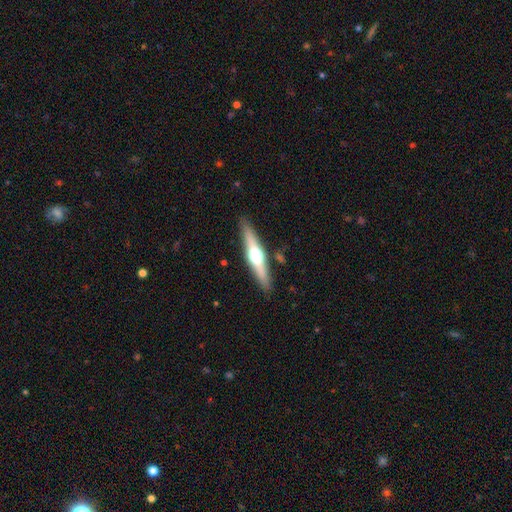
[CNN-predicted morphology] smooth-or-featured: featured or disk: 63% | smooth: 32% | star or artifact: 5%
  disk-edge-on: yes: 96% | no: 4%
    edge-on-bulge: rounded: 95% | boxy: 3% | none: 2%
  merging: none: 88% | minor disturbance: 8% | major disturbance: 2% | merger: 2%